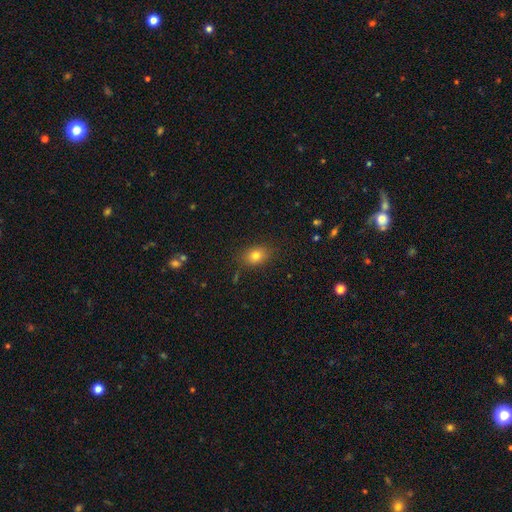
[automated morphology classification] Smooth or featured? smooth (78%)
How rounded? in between (68%)
Merging? none (83%)